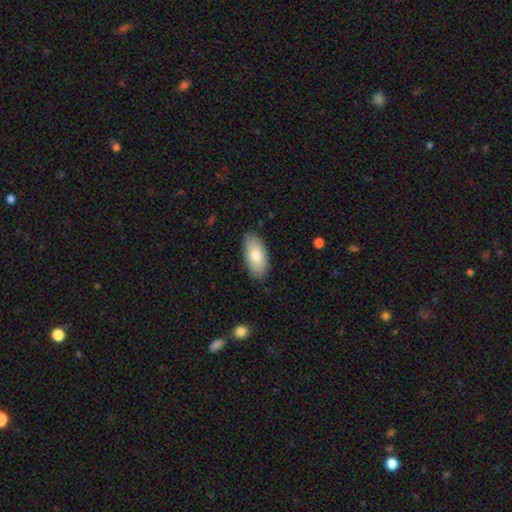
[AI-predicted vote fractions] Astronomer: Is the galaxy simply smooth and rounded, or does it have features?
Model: smooth — 78%.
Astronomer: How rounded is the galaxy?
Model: in between — 93%.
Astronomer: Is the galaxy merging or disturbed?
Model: none — 85%.